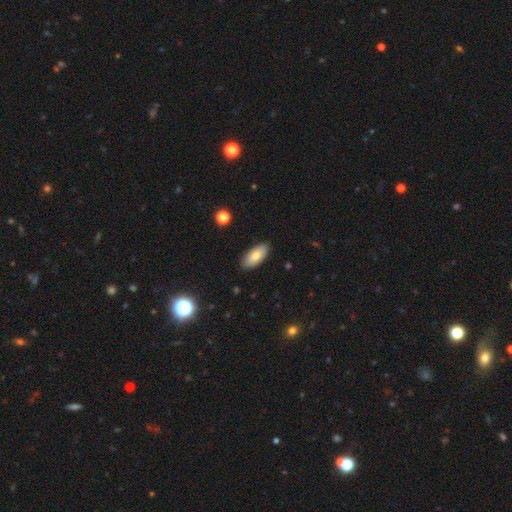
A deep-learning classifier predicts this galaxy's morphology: This appears to be a smooth galaxy with no disk features (78%) that is in between round and cigar-shaped (89%). Merging: none (87%).